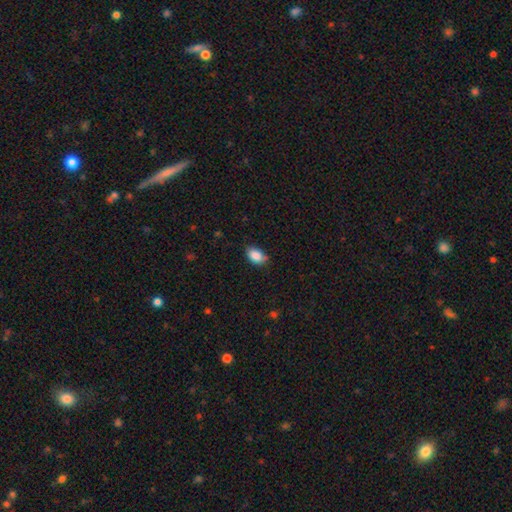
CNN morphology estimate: This appears to be a smooth galaxy with no disk features (87%) that is in between round and cigar-shaped (88%). Merging: none (71%).